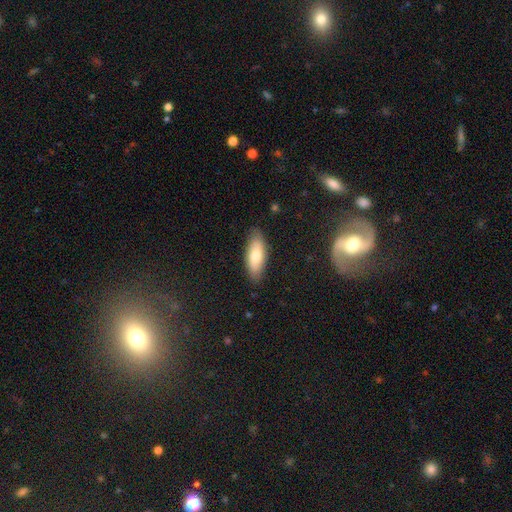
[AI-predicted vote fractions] This is likely a smooth galaxy (73%). How rounded: likely in between (79%). Merging: clearly none (84%).